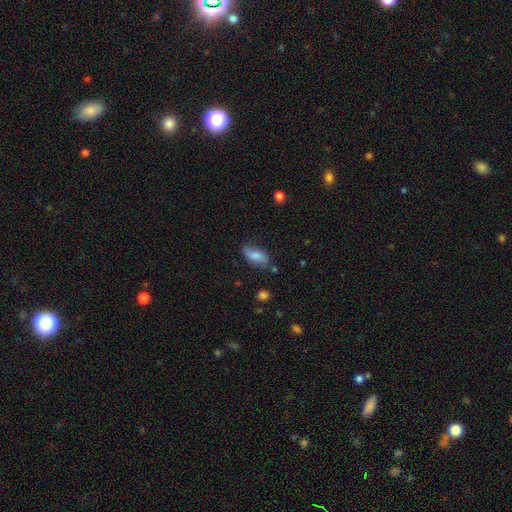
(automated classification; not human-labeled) Q: Smooth or featured?
A: smooth (76%); runner-up: featured or disk (16%)
Q: How rounded?
A: in between (90%); runner-up: cigar-shaped (6%)
Q: Merging?
A: none (67%); runner-up: minor disturbance (24%)